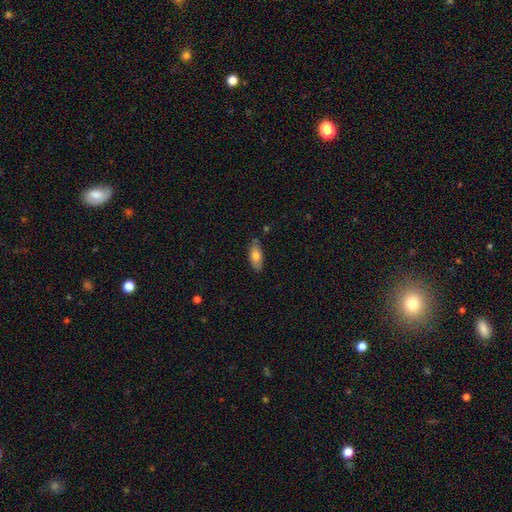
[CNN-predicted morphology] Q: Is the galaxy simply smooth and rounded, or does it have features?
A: smooth — 75%.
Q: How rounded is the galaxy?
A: in between — 88%.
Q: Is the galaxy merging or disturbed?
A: none — 78%.